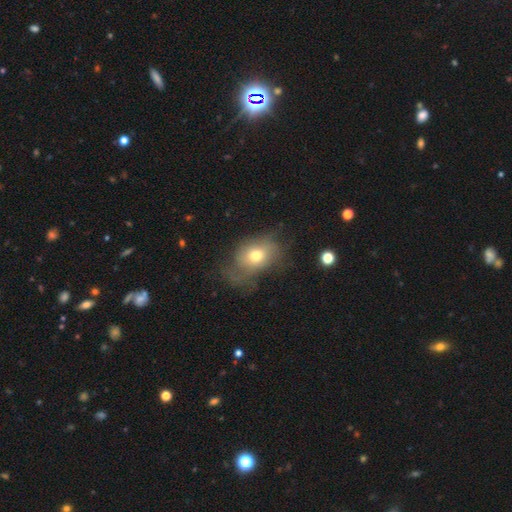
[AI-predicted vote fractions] Overall: smooth (65%). How rounded: in between (68%; round 31%). Merging: none (41%; minor disturbance 29%).